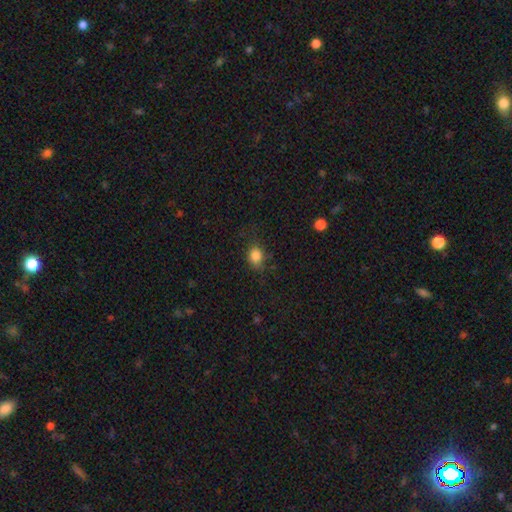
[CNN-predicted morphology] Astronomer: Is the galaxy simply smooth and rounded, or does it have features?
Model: smooth — 84%.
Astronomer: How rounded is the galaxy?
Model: round — 50% (runner-up: in between, 49%).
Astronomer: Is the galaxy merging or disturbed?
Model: none — 69%.